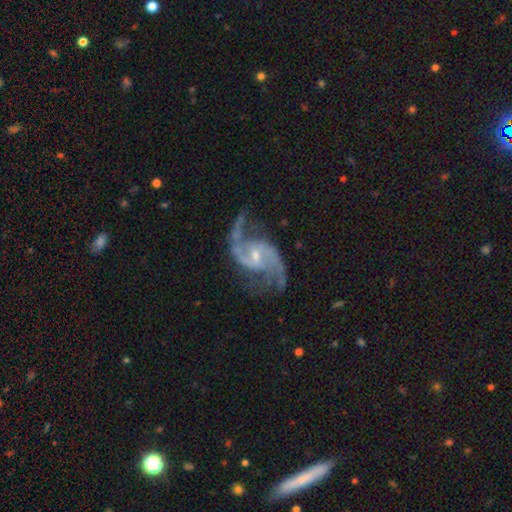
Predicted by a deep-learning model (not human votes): A featured or disk galaxy (92%) with a weak bar (53%), 2 (92%) loose (60%) spiral arms (97%) and a small central bulge (60%).

Vote fractions:
- Smooth or featured? featured or disk: 92% / star or artifact: 5% / smooth: 3%
- Edge-on disk? no: 98% / yes: 2%
- Bar? weak: 53% / no: 30% / strong: 17%
- Spiral arms? yes: 97% / no: 3%
- Spiral winding? loose: 60% / medium: 34% / tight: 7%
- Spiral arm count? 2: 92% / can't tell: 2% / 3: 2% / 1: 2% / 4: 1% / more than 4: 1%
- Bulge size? small: 60% / moderate: 34% / none: 4% / large: 2% / dominant: 1%
- Merging? none: 68% / minor disturbance: 17% / major disturbance: 12% / merger: 3%